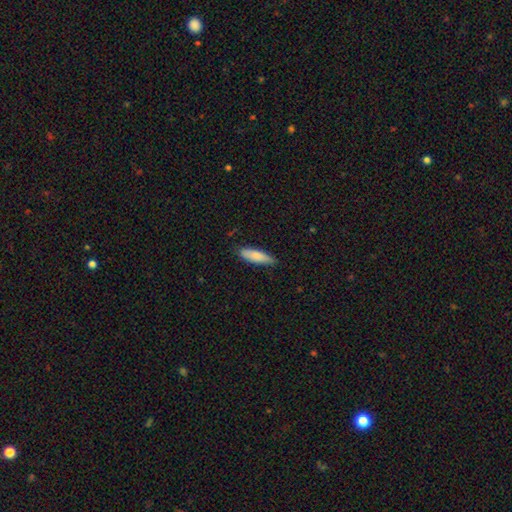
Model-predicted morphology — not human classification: Overall: smooth (82%). How rounded: cigar-shaped (59%; in between 39%). Merging: none (80%).